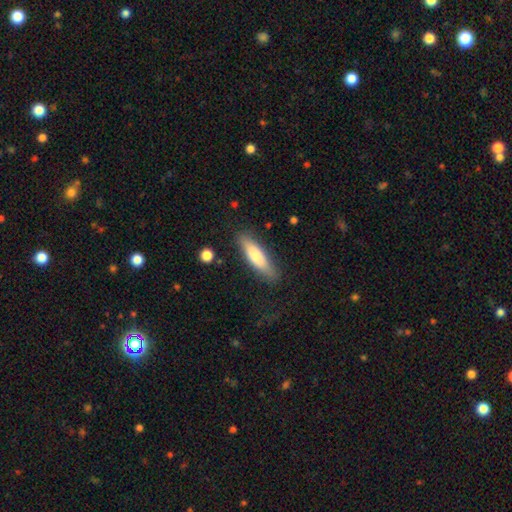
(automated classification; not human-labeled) A smooth galaxy with no disk features (75%) that is cigar-shaped (63%). Merging: none (83%).